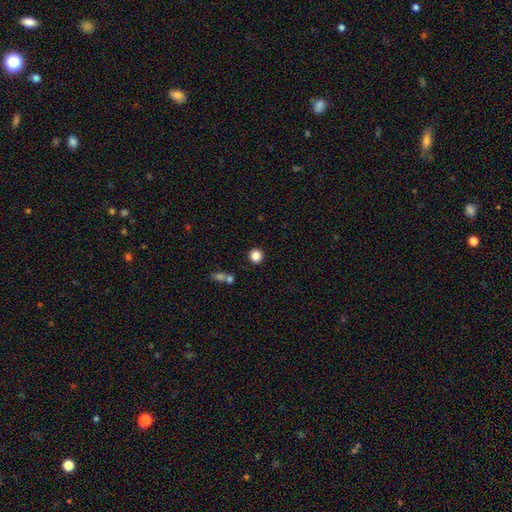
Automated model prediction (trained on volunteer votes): smooth 84%, star or artifact 11%, featured or disk 5%. Down the decision tree: how rounded — round (91%); merging — none (88%).